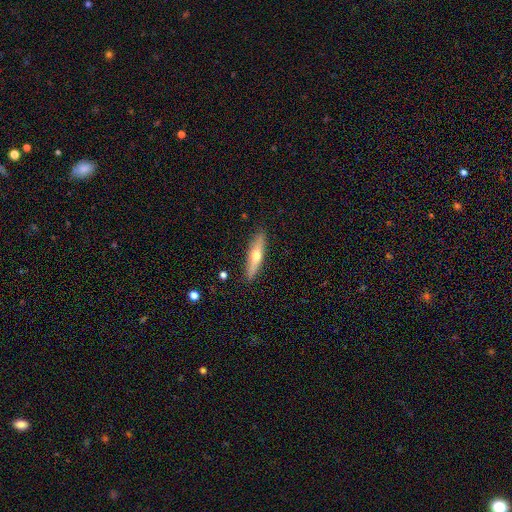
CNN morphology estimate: Smooth or featured?
  - featured or disk: 48% *
  - smooth: 46%
  - star or artifact: 6%
Merging?
  - none: 88% *
  - minor disturbance: 9%
  - major disturbance: 2%
  - merger: 1%